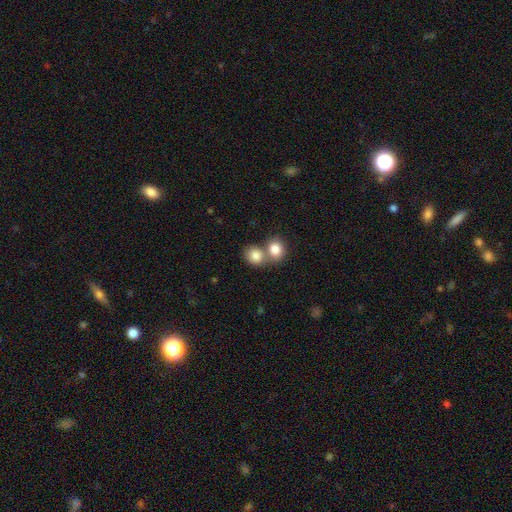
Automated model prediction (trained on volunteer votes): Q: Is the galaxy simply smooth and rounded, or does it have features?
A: smooth — 83%.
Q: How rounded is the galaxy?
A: round — 72%.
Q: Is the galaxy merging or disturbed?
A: merger — 55%.